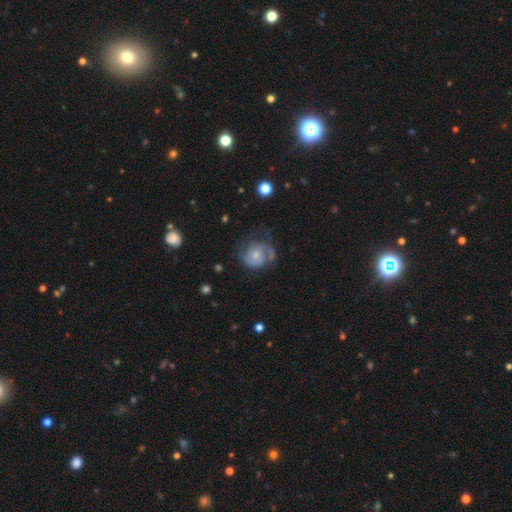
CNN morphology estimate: Q: Smooth or featured?
A: featured or disk (70%); runner-up: smooth (23%)
Q: Edge-on disk?
A: no (98%); runner-up: yes (2%)
Q: Bar?
A: no (71%); runner-up: weak (26%)
Q: Spiral arms?
A: yes (88%); runner-up: no (12%)
Q: Spiral winding?
A: medium (42%); runner-up: tight (40%)
Q: Spiral arm count?
A: 2 (56%); runner-up: can't tell (19%)
Q: Bulge size?
A: small (48%); runner-up: moderate (40%)
Q: Merging?
A: none (49%); runner-up: minor disturbance (25%)